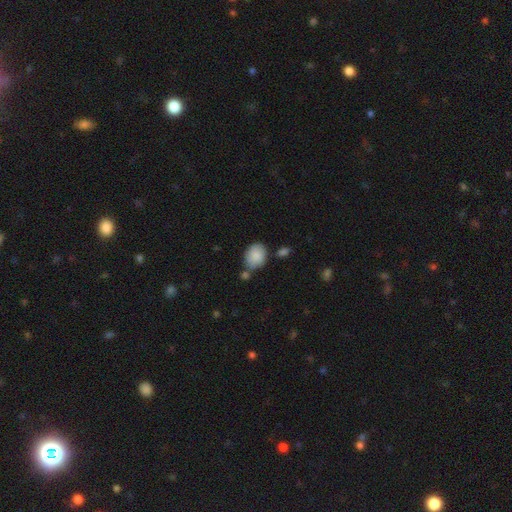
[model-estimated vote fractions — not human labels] Q: Smooth or featured?
A: smooth (86%); runner-up: featured or disk (7%)
Q: How rounded?
A: in between (68%); runner-up: round (31%)
Q: Merging?
A: none (62%); runner-up: minor disturbance (19%)